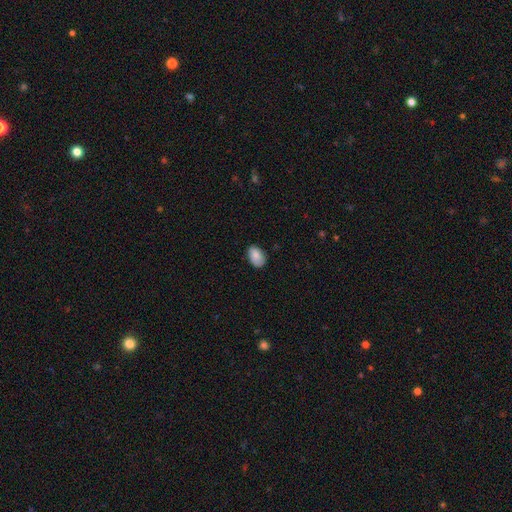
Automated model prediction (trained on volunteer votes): smooth 86%, featured or disk 7%, star or artifact 7%. Down the decision tree: how rounded — in between (87%); merging — none (81%).